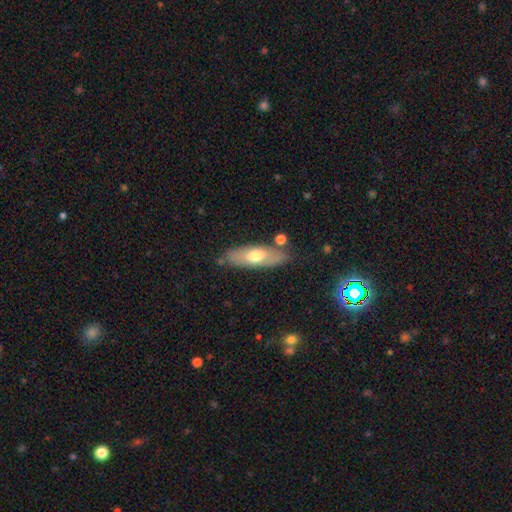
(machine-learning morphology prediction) The model was most divided on "smooth or featured": smooth: 59%, featured or disk: 35%, star or artifact: 6%. More confident: merging — none (76%); how rounded — in between (62%).